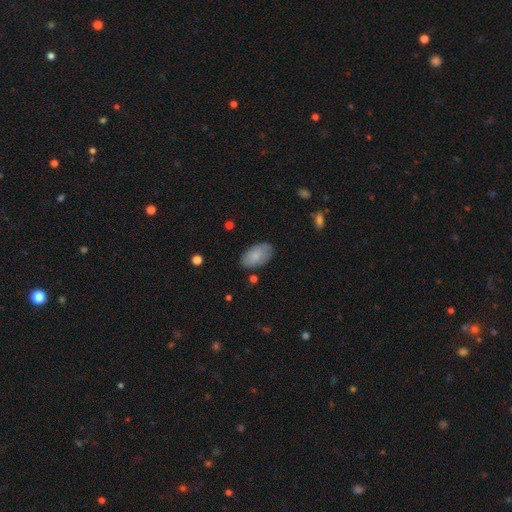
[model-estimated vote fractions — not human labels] A smooth galaxy with no disk features (80%) that is in between round and cigar-shaped (95%).

Vote fractions:
- Smooth or featured? smooth: 80% / featured or disk: 13% / star or artifact: 6%
- How rounded? in between: 95% / round: 4% / cigar-shaped: 2%
- Merging? none: 79% / minor disturbance: 16% / major disturbance: 3% / merger: 2%